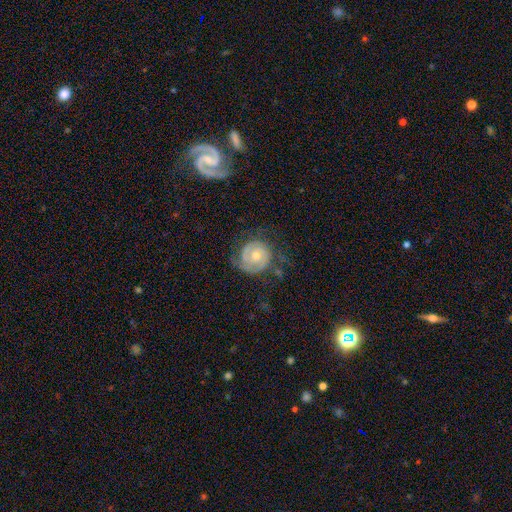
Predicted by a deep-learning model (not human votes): smooth-or-featured: featured or disk: 70% | smooth: 24% | star or artifact: 6%
  disk-edge-on: no: 98% | yes: 2%
    bar: no: 75% | weak: 21% | strong: 4%
    has-spiral-arms: yes: 86% | no: 14%
      spiral-winding: tight: 59% | medium: 30% | loose: 12%
      spiral-arm-count: 2: 49% | can't tell: 26% | 1: 12% | 3: 9% | 4: 3% | more than 4: 2%
    bulge-size: moderate: 63% | small: 32% | large: 3% | none: 1% | dominant: 1%
  merging: none: 57% | minor disturbance: 25% | major disturbance: 16% | merger: 2%